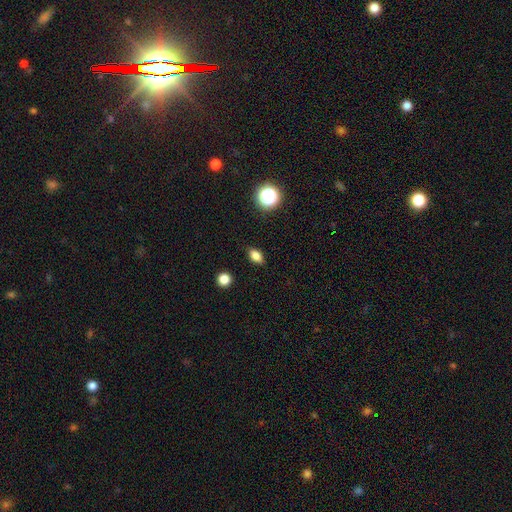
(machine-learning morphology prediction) A smooth galaxy with no disk features (81%) that is in between round and cigar-shaped (82%). Merging: none (88%).